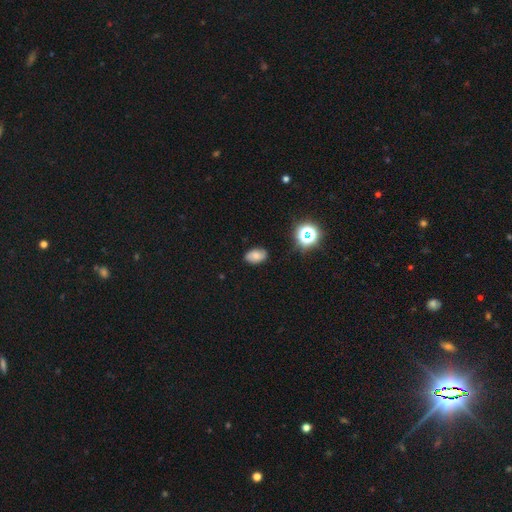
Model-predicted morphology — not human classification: Q: Smooth or featured?
A: smooth (73%); runner-up: star or artifact (14%)
Q: How rounded?
A: in between (88%); runner-up: round (10%)
Q: Merging?
A: none (84%); runner-up: minor disturbance (12%)